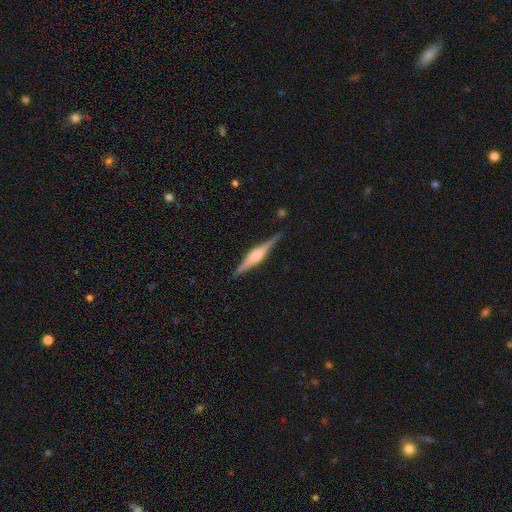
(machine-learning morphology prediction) A featured or disk galaxy (77%) viewed edge-on (98%) with a rounded central bulge (68%).

Vote fractions:
- Smooth or featured? featured or disk: 77% / smooth: 18% / star or artifact: 6%
- Edge-on disk? yes: 98% / no: 2%
- Edge-on bulge? rounded: 68% / boxy: 27% / none: 5%
- Merging? none: 88% / minor disturbance: 9% / major disturbance: 2% / merger: 1%